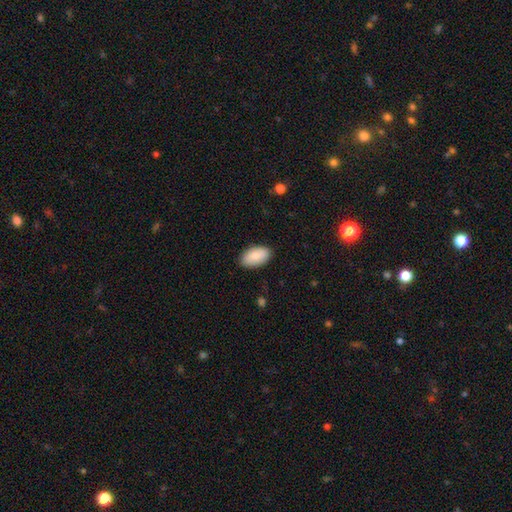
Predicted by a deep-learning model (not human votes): This is clearly a smooth galaxy (86%). How rounded: clearly in between (95%). Merging: clearly none (87%).